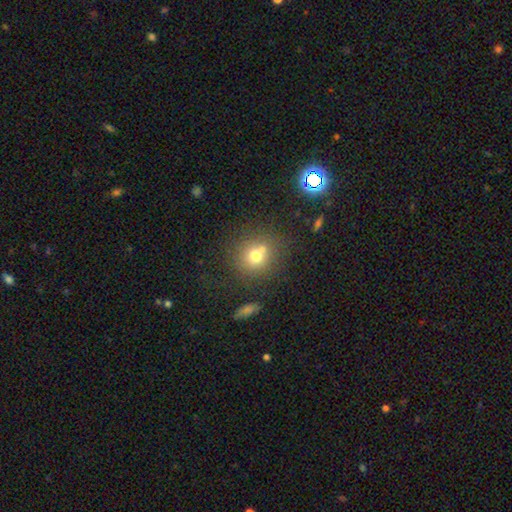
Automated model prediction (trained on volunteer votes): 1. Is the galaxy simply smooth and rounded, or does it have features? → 71% smooth, 15% featured or disk, 15% star or artifact.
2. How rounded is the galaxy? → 85% round, 14% in between, 1% cigar-shaped.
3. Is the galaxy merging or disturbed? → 60% none, 25% merger, 11% minor disturbance, 4% major disturbance.